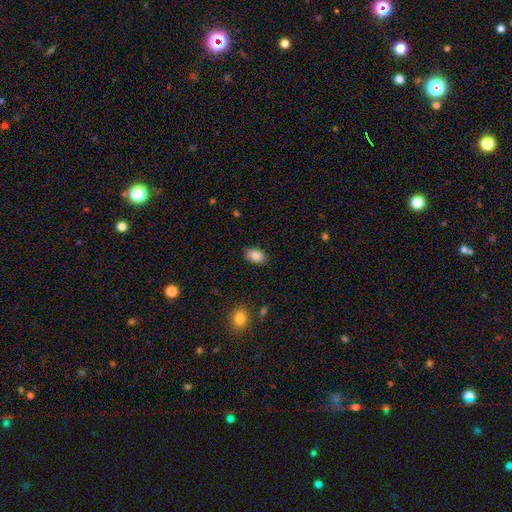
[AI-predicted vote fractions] This is clearly a smooth galaxy (87%). How rounded: clearly in between (87%). Merging: clearly none (83%).